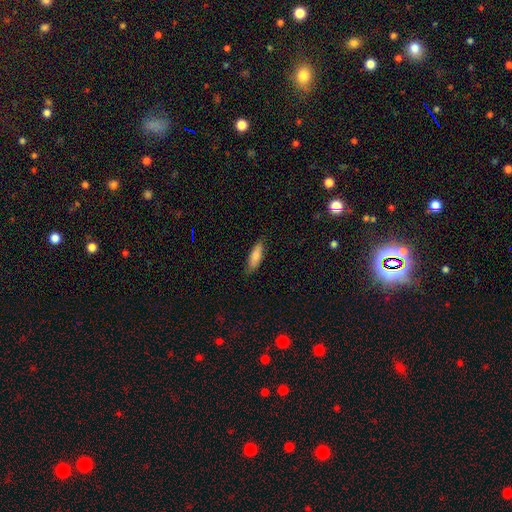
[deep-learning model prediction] Smooth or featured: smooth — 80% (featured or disk — 14%)
How rounded: in between — 54% (cigar-shaped — 45%)
Merging: none — 80% (minor disturbance — 16%)